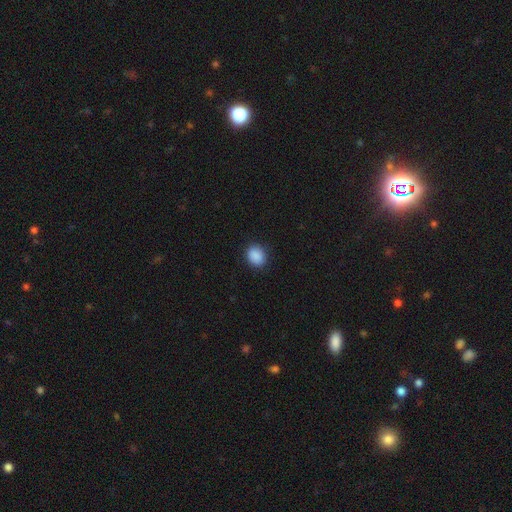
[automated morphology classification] Smooth or featured? smooth (89%)
How rounded? round (54%)
Merging? none (87%)